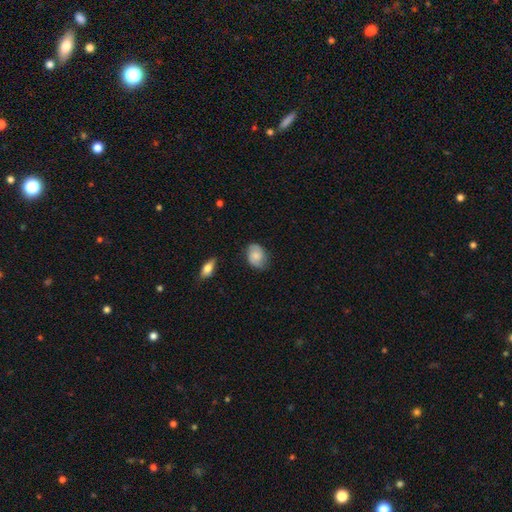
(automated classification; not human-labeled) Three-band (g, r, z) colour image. It shows a smooth galaxy with no disk features (56%) that is in between round and cigar-shaped (72%). Merging: none (70%).